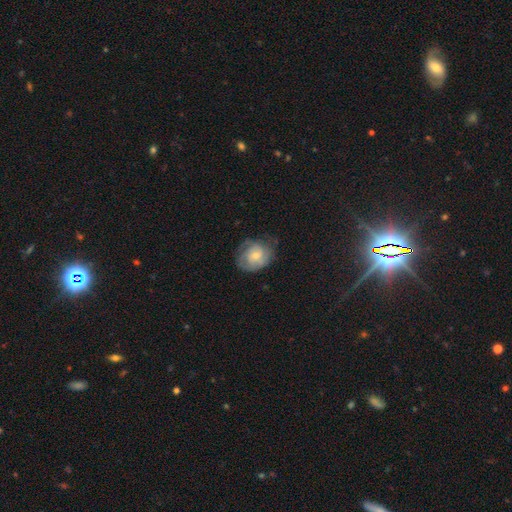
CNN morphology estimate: type=smooth (47%); merging=none (59%).